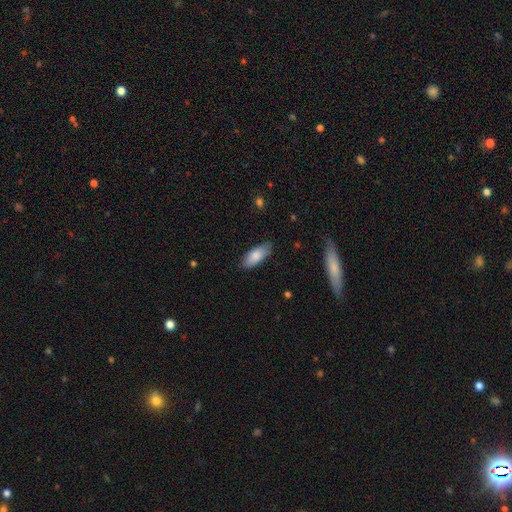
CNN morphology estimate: A smooth galaxy with no disk features (83%) that is in between round and cigar-shaped (79%).

Vote fractions:
- Smooth or featured? smooth: 83% / featured or disk: 11% / star or artifact: 6%
- How rounded? in between: 79% / cigar-shaped: 19% / round: 2%
- Merging? none: 84% / minor disturbance: 13% / major disturbance: 2% / merger: 1%